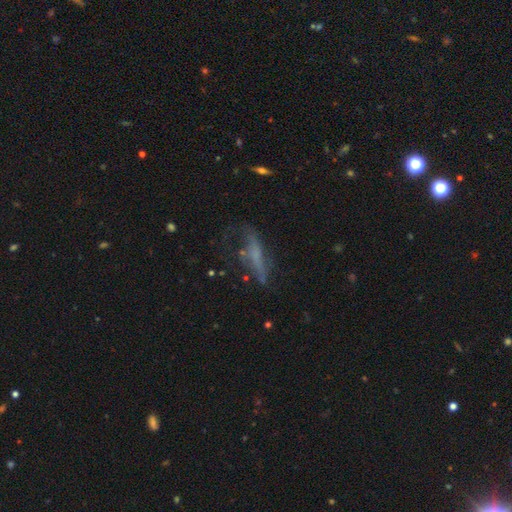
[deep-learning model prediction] Overall: featured or disk (45%; smooth 39%). Merging: none (44%; major disturbance 27%).